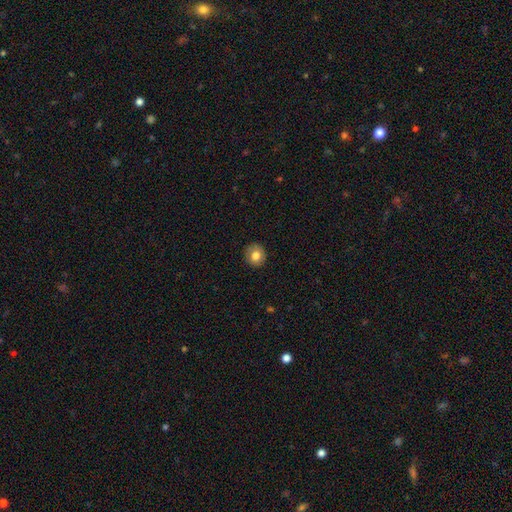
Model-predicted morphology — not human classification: Smooth or featured? smooth (79%)
How rounded? round (86%)
Merging? none (89%)